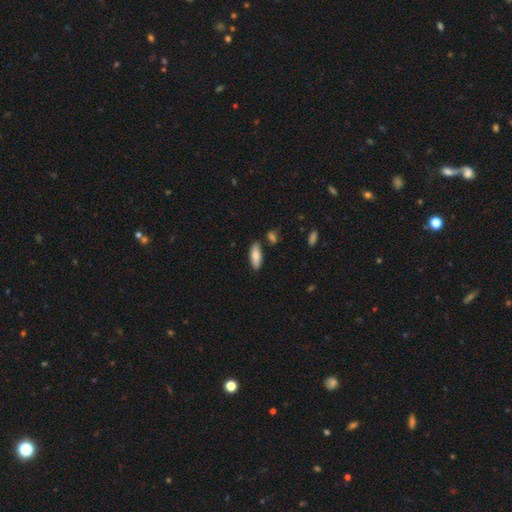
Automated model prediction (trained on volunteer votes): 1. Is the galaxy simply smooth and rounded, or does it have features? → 81% smooth, 13% featured or disk, 6% star or artifact.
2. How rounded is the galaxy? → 72% in between, 26% cigar-shaped, 2% round.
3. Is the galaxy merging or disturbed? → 81% none, 12% minor disturbance, 5% merger, 2% major disturbance.